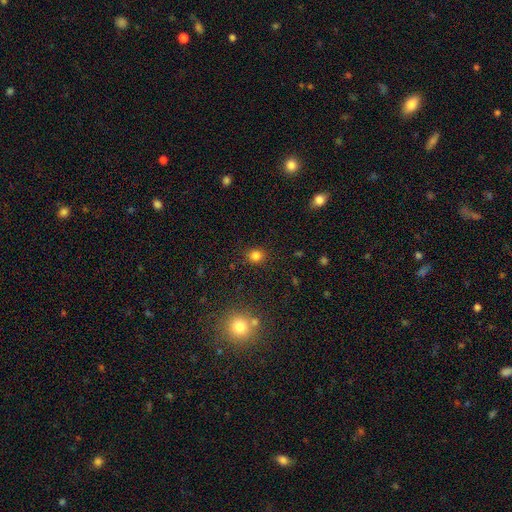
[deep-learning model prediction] smooth_or_featured: smooth (p=0.82) [alt: star or artifact p=0.13]
how_rounded: round (p=0.83) [alt: in between p=0.16]
merging: none (p=0.89) [alt: minor disturbance p=0.07]